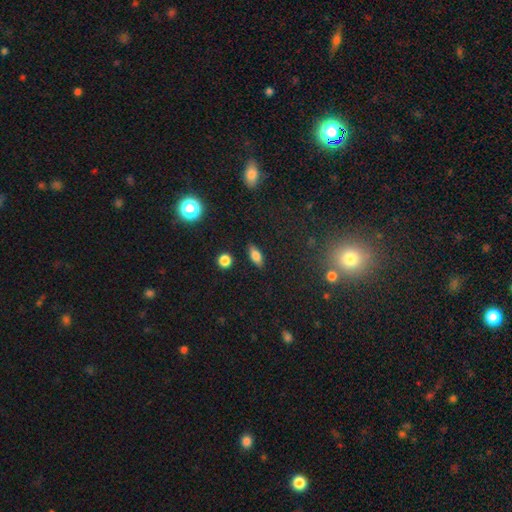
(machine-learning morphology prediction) Q: Smooth or featured?
A: smooth (74%); runner-up: featured or disk (17%)
Q: How rounded?
A: in between (75%); runner-up: cigar-shaped (20%)
Q: Merging?
A: none (86%); runner-up: minor disturbance (9%)